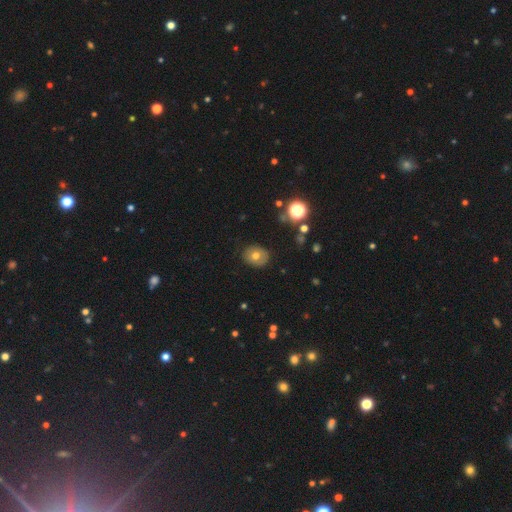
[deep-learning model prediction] Smooth or featured? Predicted: smooth (p=0.70). How rounded? Predicted: round (p=0.63). Merging? Predicted: none (p=0.86).